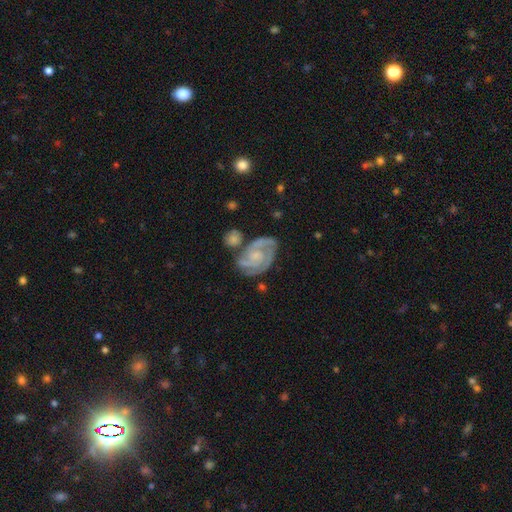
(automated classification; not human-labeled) The model was most divided on "spiral winding": tight: 56%, medium: 37%, loose: 7%. More confident: edge-on disk — no (98%); spiral arms — yes (97%); smooth or featured — featured or disk (86%); merging — none (63%); bar — no (62%); bulge size — small (54%); spiral arm count — 2 (50%).